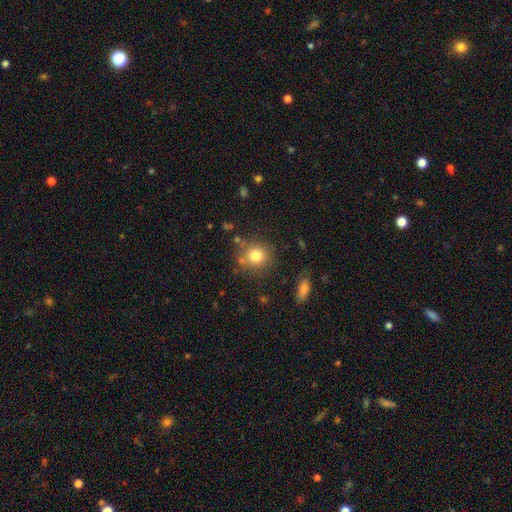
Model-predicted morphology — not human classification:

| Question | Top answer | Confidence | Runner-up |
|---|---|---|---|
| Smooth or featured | smooth | 80% | star or artifact (11%) |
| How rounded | round | 88% | in between (11%) |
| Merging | none | 75% | minor disturbance (13%) |